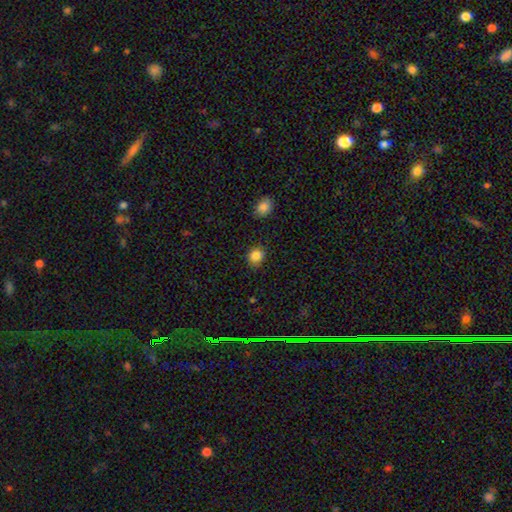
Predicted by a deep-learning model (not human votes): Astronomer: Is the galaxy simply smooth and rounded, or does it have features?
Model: smooth — 85%.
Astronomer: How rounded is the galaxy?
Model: round — 71%.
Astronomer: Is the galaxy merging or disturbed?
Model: none — 81%.